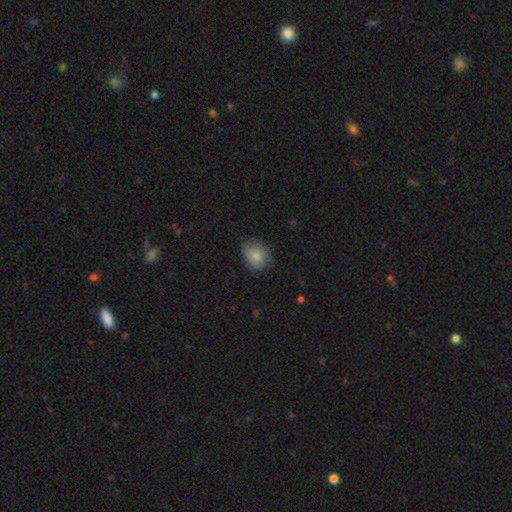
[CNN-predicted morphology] Q: Smooth or featured?
A: smooth (83%); runner-up: featured or disk (9%)
Q: How rounded?
A: round (52%); runner-up: in between (47%)
Q: Merging?
A: none (73%); runner-up: minor disturbance (21%)